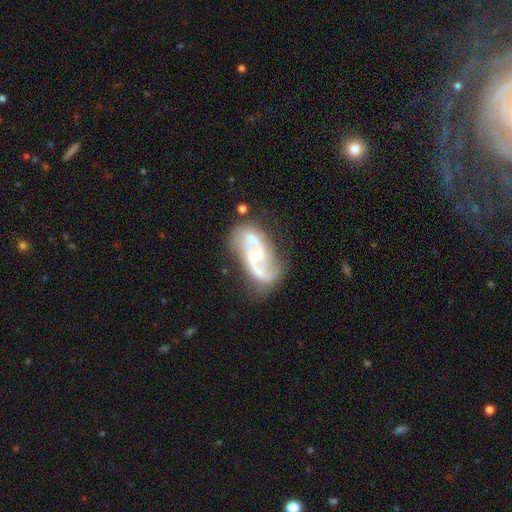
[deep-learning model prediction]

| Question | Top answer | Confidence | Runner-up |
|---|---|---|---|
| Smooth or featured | featured or disk | 85% | smooth (9%) |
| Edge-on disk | no | 95% | yes (5%) |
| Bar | no | 52% | weak (34%) |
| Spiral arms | yes | 93% | no (7%) |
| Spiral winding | medium | 46% | loose (35%) |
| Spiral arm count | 2 | 87% | can't tell (6%) |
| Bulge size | moderate | 56% | small (39%) |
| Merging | none | 67% | minor disturbance (20%) |